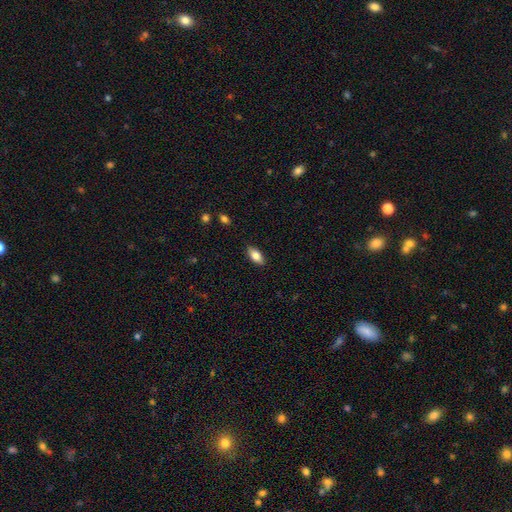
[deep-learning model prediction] Smooth or featured?
  - smooth: 81% *
  - featured or disk: 13%
  - star or artifact: 7%
How rounded?
  - in between: 88% *
  - cigar-shaped: 10%
  - round: 3%
Merging?
  - none: 87% *
  - minor disturbance: 9%
  - major disturbance: 2%
  - merger: 1%